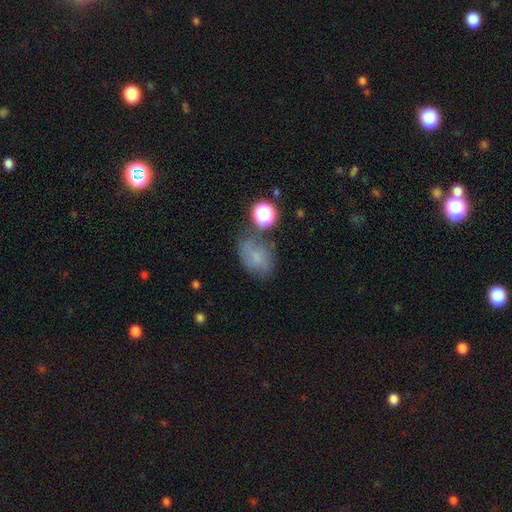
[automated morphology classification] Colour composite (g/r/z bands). It shows a smooth galaxy with no disk features (62%) that is in between round and cigar-shaped (70%). Merging: none (59%).